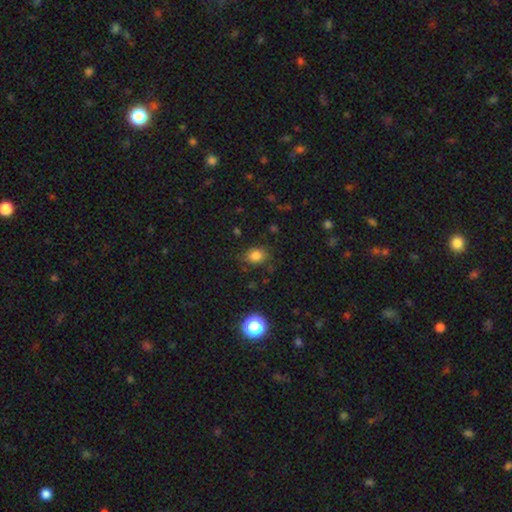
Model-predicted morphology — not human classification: smooth-or-featured: smooth: 80% | star or artifact: 14% | featured or disk: 6%
  how-rounded: round: 51% | in between: 48% | cigar-shaped: 1%
  merging: none: 77% | minor disturbance: 17% | major disturbance: 4% | merger: 2%